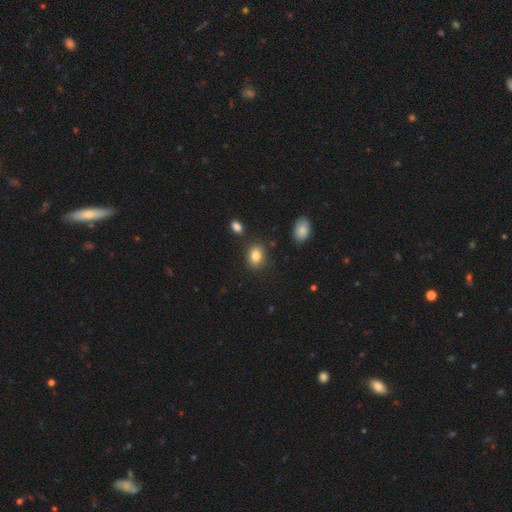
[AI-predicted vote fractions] smooth-or-featured: smooth: 83% | star or artifact: 9% | featured or disk: 8%
  how-rounded: in between: 71% | round: 28% | cigar-shaped: 1%
  merging: none: 82% | minor disturbance: 11% | merger: 4% | major disturbance: 3%